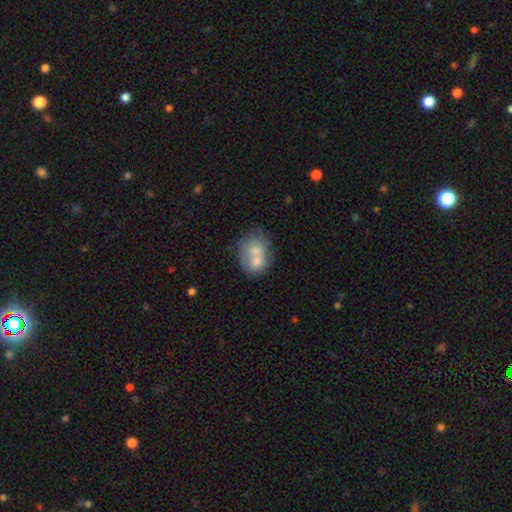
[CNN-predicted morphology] Smooth or featured: smooth — 66% (featured or disk — 27%)
How rounded: in between — 52% (round — 47%)
Merging: merger — 60% (none — 25%)